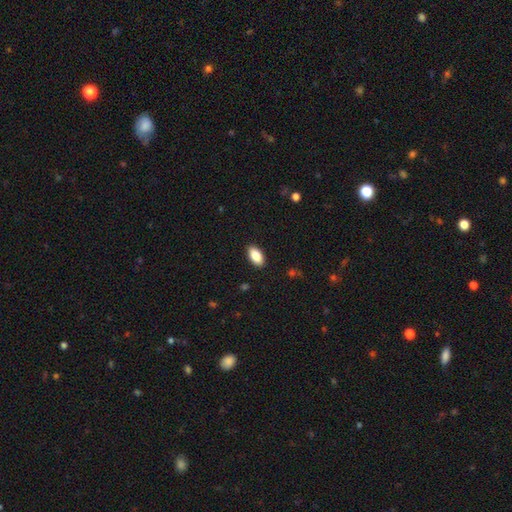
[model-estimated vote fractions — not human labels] smooth-or-featured: smooth: 86% | featured or disk: 7% | star or artifact: 7%
  how-rounded: in between: 93% | cigar-shaped: 4% | round: 3%
  merging: none: 90% | minor disturbance: 7% | major disturbance: 2% | merger: 1%